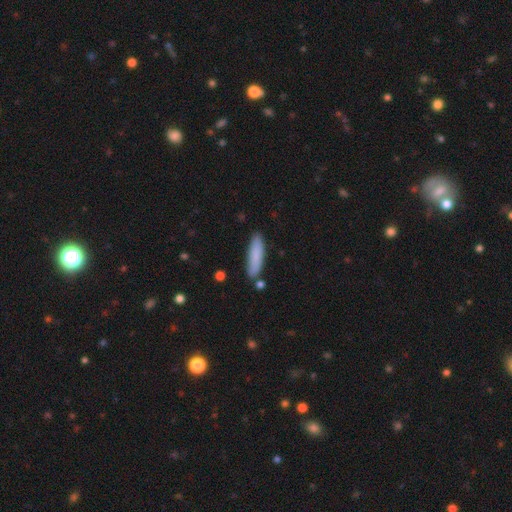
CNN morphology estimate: This is clearly a smooth galaxy (83%). How rounded: likely cigar-shaped (73%). Merging: clearly none (82%).